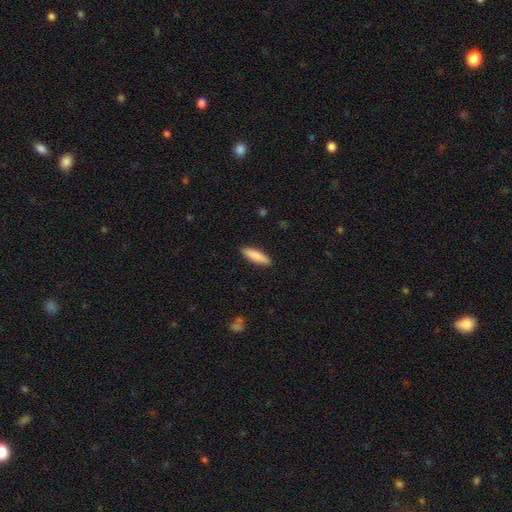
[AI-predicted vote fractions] The model was most divided on "how rounded": cigar-shaped: 67%, in between: 31%, round: 2%. More confident: merging — none (90%); smooth or featured — smooth (84%).